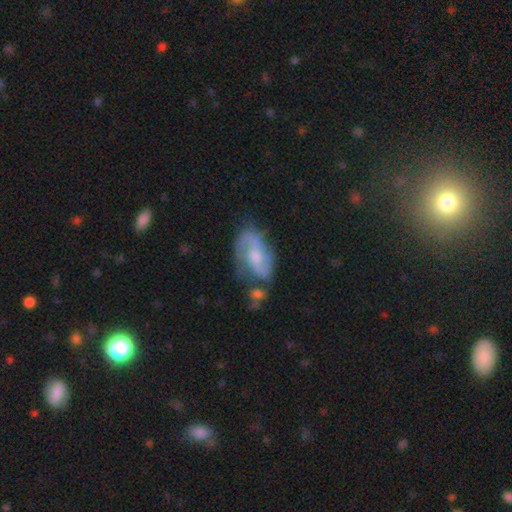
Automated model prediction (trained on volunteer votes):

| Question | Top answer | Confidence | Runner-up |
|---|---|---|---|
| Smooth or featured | featured or disk | 80% | smooth (14%) |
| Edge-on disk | no | 96% | yes (4%) |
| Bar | no | 45% | tied: weak (45%) |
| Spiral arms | yes | 93% | no (7%) |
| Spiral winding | medium | 50% | loose (25%) |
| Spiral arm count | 2 | 82% | can't tell (8%) |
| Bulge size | moderate | 51% | small (37%) |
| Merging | none | 53% | minor disturbance (23%) |